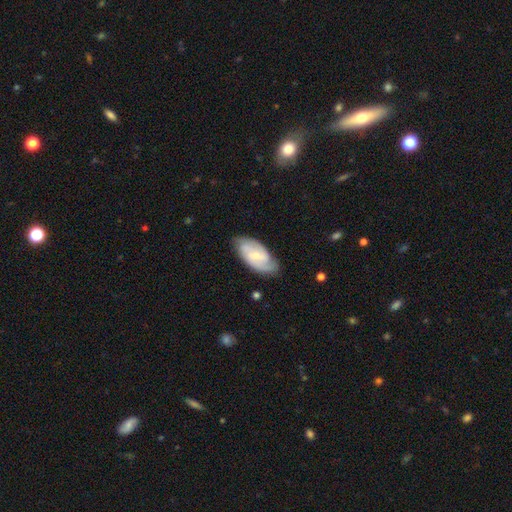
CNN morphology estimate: The model was most divided on "spiral winding": medium: 43%, tight: 40%, loose: 16%. Remaining: edge-on disk — no (94%); spiral arms — yes (92%); merging — none (76%); smooth or featured — featured or disk (70%); spiral arm count — 2 (64%); bulge size — small (63%); bar — weak (47%).